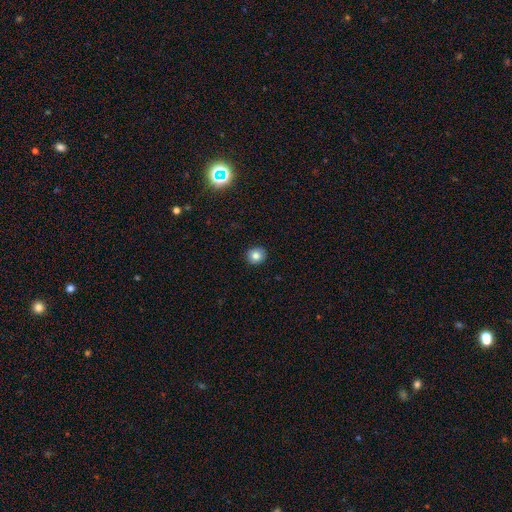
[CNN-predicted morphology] A smooth galaxy with no disk features (82%) that is round (88%).

Vote fractions:
- Smooth or featured? smooth: 82% / star or artifact: 11% / featured or disk: 7%
- How rounded? round: 88% / in between: 11% / cigar-shaped: 1%
- Merging? none: 91% / minor disturbance: 6% / major disturbance: 2% / merger: 1%